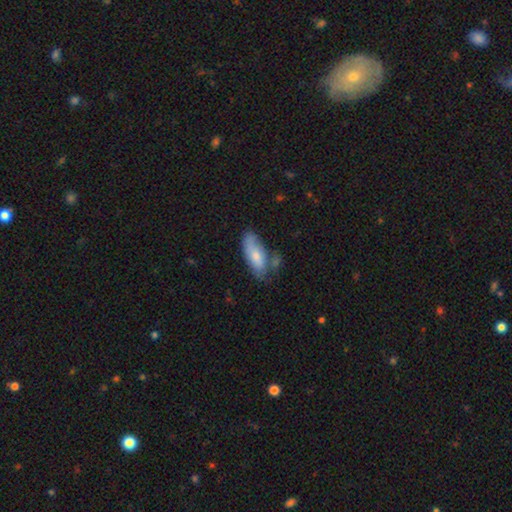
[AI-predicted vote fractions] smooth 74%, featured or disk 20%, star or artifact 6%. Down the decision tree: how rounded — in between (80%); merging — none (49%).